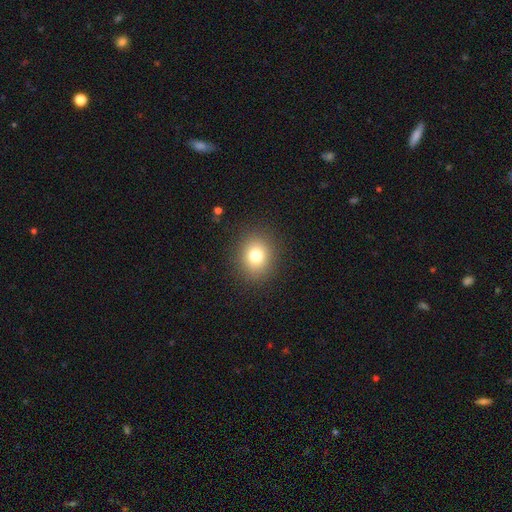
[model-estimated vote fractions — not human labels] This appears to be a smooth galaxy with no disk features (78%) that is round (69%). Merging: none (89%).